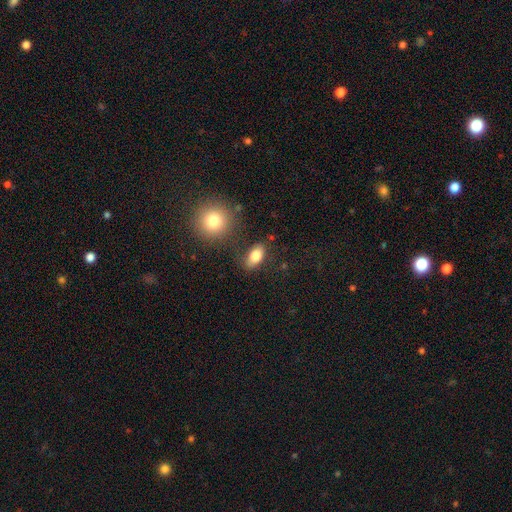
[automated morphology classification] smooth 82%, featured or disk 10%, star or artifact 8%. Down the decision tree: how rounded — in between (87%); merging — none (77%).